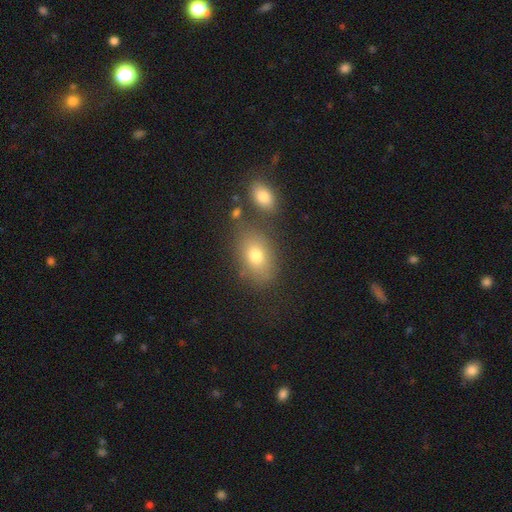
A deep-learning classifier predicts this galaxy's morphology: This is likely a smooth galaxy (75%). How rounded: clearly in between (81%). Merging: likely none (69%).